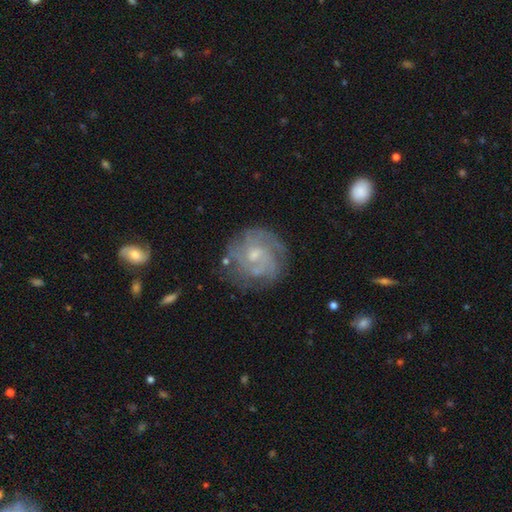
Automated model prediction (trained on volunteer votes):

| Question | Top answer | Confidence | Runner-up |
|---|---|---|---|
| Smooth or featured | featured or disk | 80% | smooth (14%) |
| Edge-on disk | no | 98% | yes (2%) |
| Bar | no | 62% | weak (34%) |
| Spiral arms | yes | 90% | no (10%) |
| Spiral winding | tight | 58% | medium (33%) |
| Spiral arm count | can't tell | 36% | 3 (24%) |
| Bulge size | small | 53% | moderate (39%) |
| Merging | none | 71% | minor disturbance (18%) |